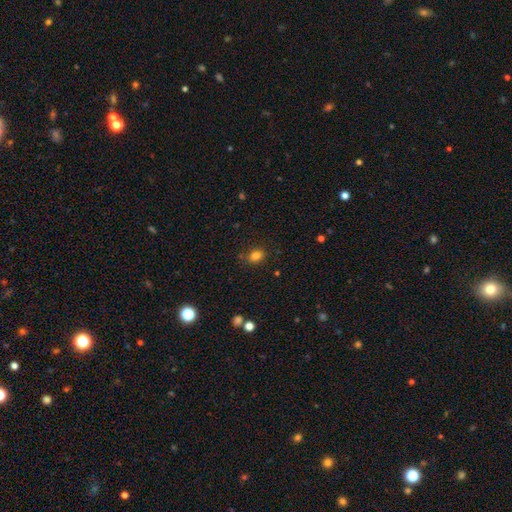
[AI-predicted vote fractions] Smooth or featured: smooth — 82% (star or artifact — 12%)
How rounded: in between — 61% (round — 38%)
Merging: none — 81% (minor disturbance — 12%)